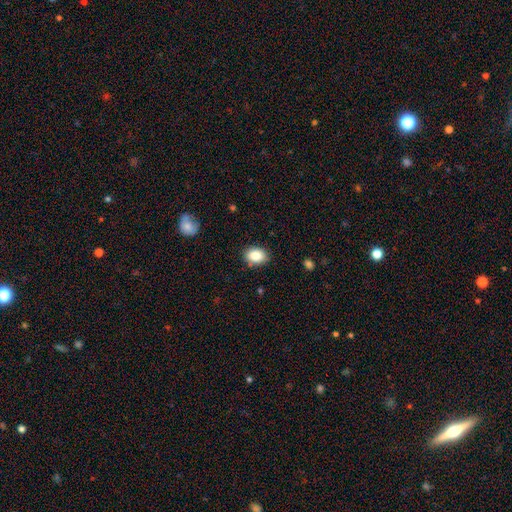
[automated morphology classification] Smooth or featured?
  - smooth: 86% *
  - star or artifact: 8%
  - featured or disk: 6%
How rounded?
  - in between: 72% *
  - round: 27%
  - cigar-shaped: 1%
Merging?
  - none: 85% *
  - minor disturbance: 11%
  - major disturbance: 2%
  - merger: 1%